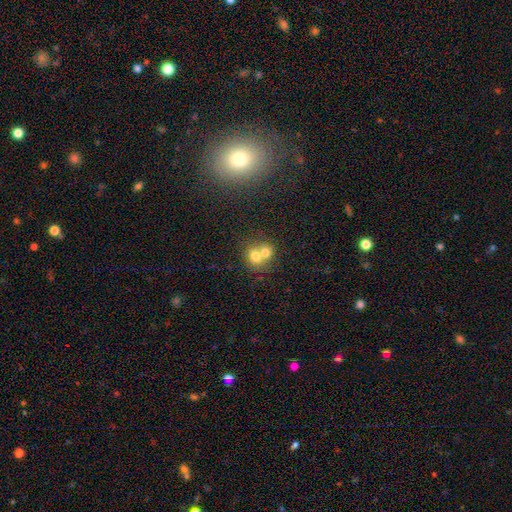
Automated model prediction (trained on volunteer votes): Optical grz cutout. It shows a smooth galaxy with no disk features (70%) that is round (69%). Merging: merger (68%).